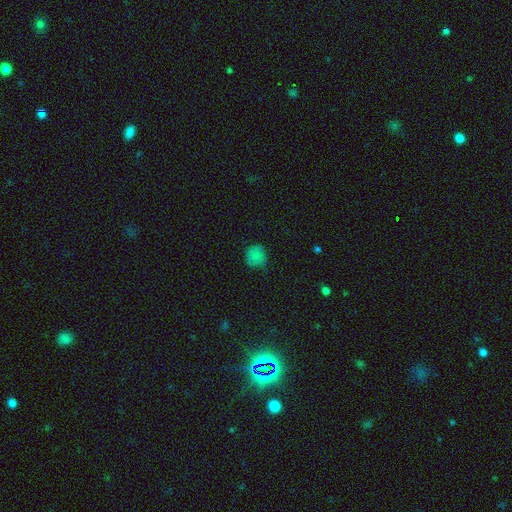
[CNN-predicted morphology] Smooth or featured? Predicted: smooth (p=0.79). How rounded? Predicted: round (p=0.87). Merging? Predicted: none (p=0.69).